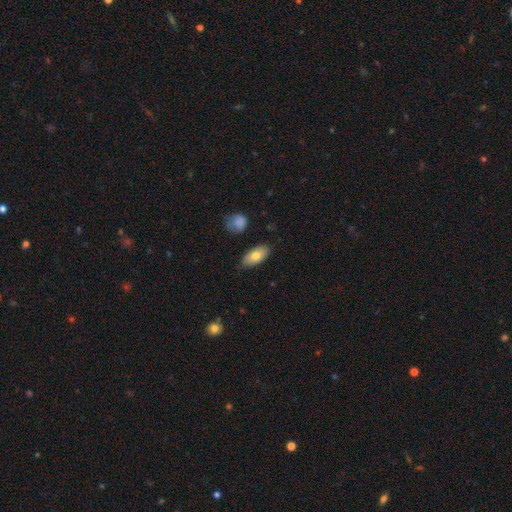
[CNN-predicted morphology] This is likely a smooth galaxy (74%). How rounded: clearly in between (91%). Merging: likely none (80%).